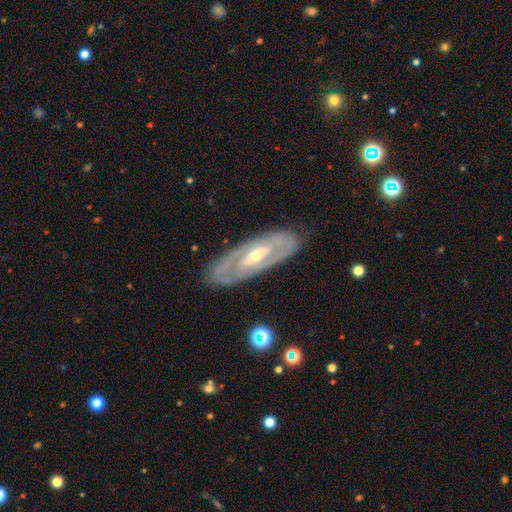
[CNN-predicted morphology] Smooth or featured? Predicted: featured or disk (p=0.80). Edge-on disk? Predicted: no (p=0.83). Bar? Predicted: no (p=0.36, tied with weak). Spiral arms? Predicted: yes (p=0.72). Bulge size? Predicted: small (p=0.56). Merging? Predicted: none (p=0.84).